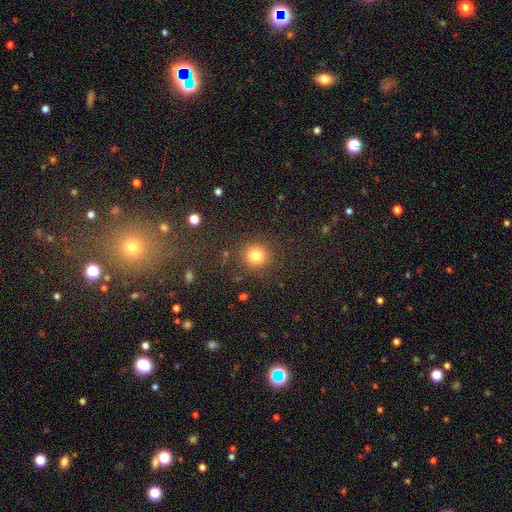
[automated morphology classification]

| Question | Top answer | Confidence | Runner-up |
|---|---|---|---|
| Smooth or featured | smooth | 81% | star or artifact (14%) |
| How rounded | round | 91% | in between (8%) |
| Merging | none | 86% | minor disturbance (8%) |